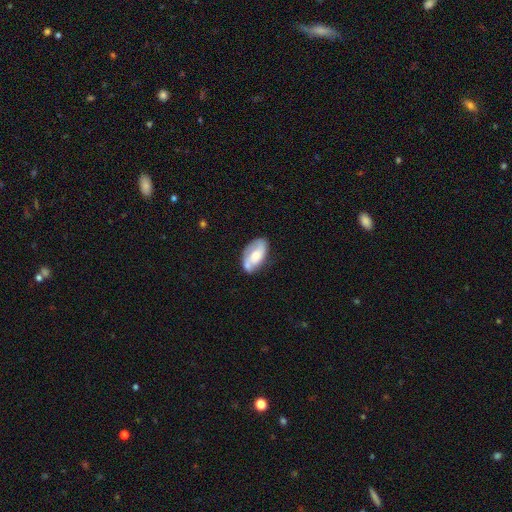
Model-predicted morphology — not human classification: Smooth or featured?
  - featured or disk: 51% *
  - smooth: 43%
  - star or artifact: 6%
Edge-on disk?
  - no: 94% *
  - yes: 6%
Merging?
  - none: 55% *
  - minor disturbance: 26%
  - merger: 10%
  - major disturbance: 9%